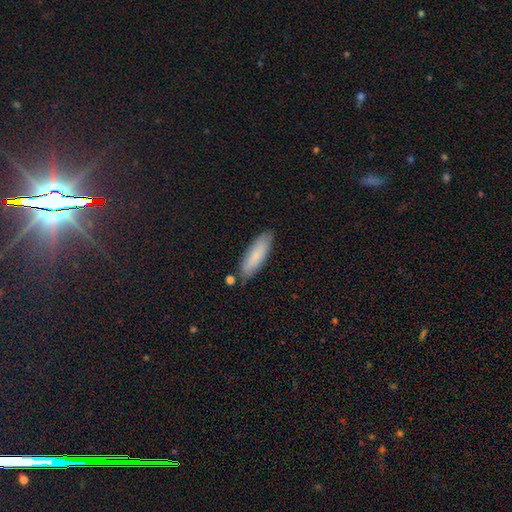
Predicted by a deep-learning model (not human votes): Q: Smooth or featured?
A: smooth (83%); runner-up: featured or disk (11%)
Q: How rounded?
A: cigar-shaped (53%); runner-up: in between (45%)
Q: Merging?
A: none (80%); runner-up: minor disturbance (14%)